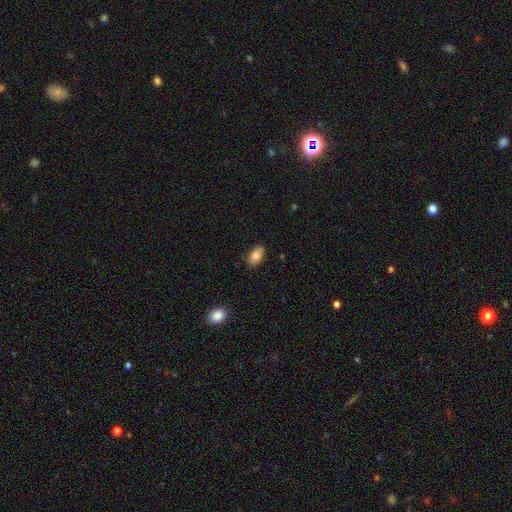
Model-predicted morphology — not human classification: A smooth galaxy with no disk features (82%) that is in between round and cigar-shaped (92%). Merging: none (85%).